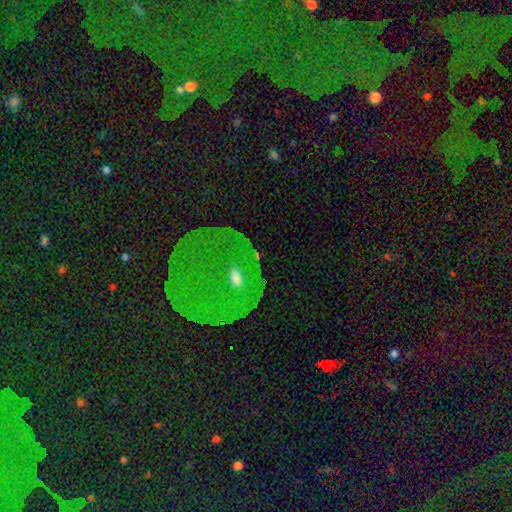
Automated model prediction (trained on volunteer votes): smooth_or_featured: featured or disk (p=0.41) [alt: smooth p=0.33]
merging: none (p=0.66) [alt: minor disturbance p=0.15]